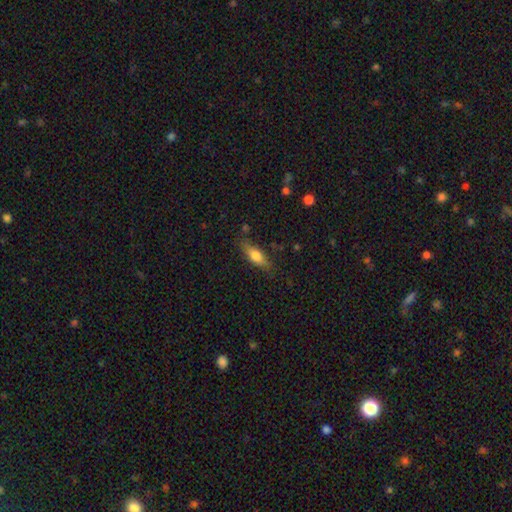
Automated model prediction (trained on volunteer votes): smooth 67%, featured or disk 26%, star or artifact 7%. Down the decision tree: how rounded — in between (57%); merging — none (78%).